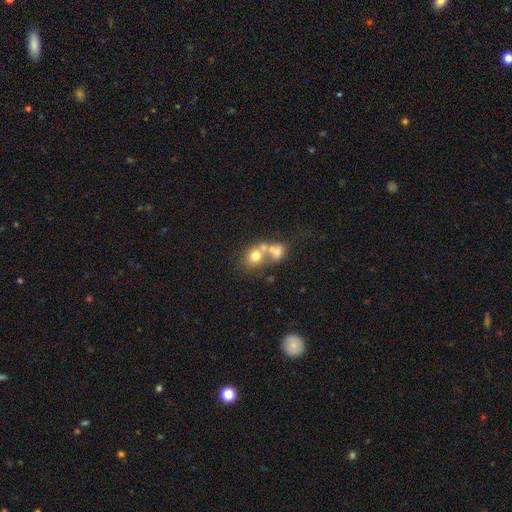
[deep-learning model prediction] Smooth or featured: smooth — 64% (featured or disk — 23%)
How rounded: round — 70% (in between — 29%)
Merging: merger — 56% (none — 31%)